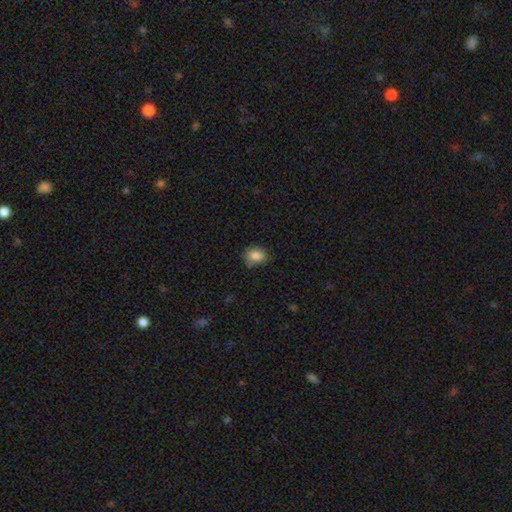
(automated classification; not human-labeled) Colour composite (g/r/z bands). It shows a smooth galaxy with no disk features (84%) that is in between round and cigar-shaped (66%). Merging: none (70%).